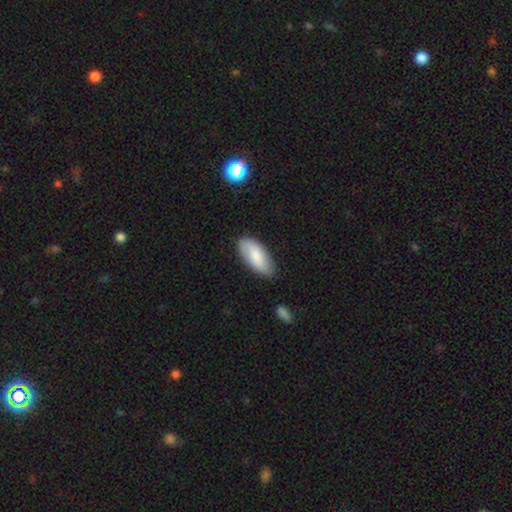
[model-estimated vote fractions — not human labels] Smooth or featured: smooth — 75% (featured or disk — 19%)
How rounded: in between — 91% (cigar-shaped — 7%)
Merging: none — 81% (minor disturbance — 15%)